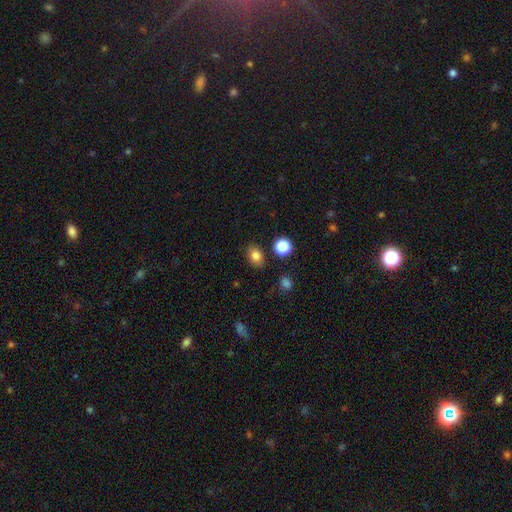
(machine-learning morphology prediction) A smooth galaxy with no disk features (82%) that is in between round and cigar-shaped (66%). Merging: none (83%).